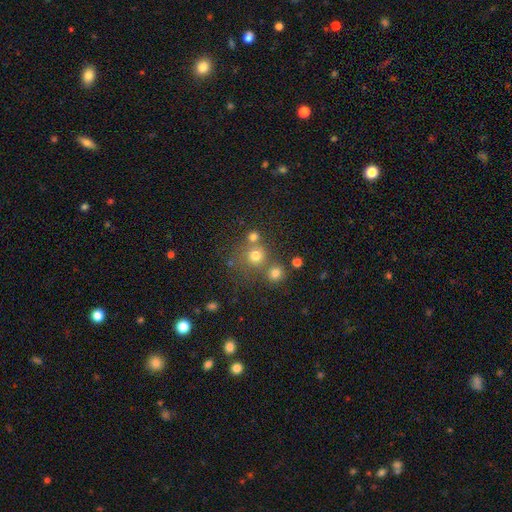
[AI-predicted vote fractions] A smooth galaxy with no disk features (73%) that is round (89%).

Vote fractions:
- Smooth or featured? smooth: 73% / star or artifact: 18% / featured or disk: 9%
- How rounded? round: 89% / in between: 10% / cigar-shaped: 1%
- Merging? none: 62% / merger: 25% / minor disturbance: 8% / major disturbance: 4%